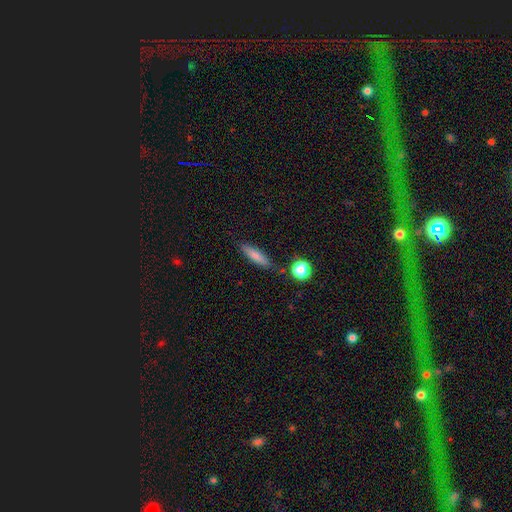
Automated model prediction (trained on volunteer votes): smooth_or_featured: smooth (p=0.74) [alt: featured or disk p=0.18]
how_rounded: cigar-shaped (p=0.76) [alt: in between p=0.21]
merging: none (p=0.82) [alt: minor disturbance p=0.12]